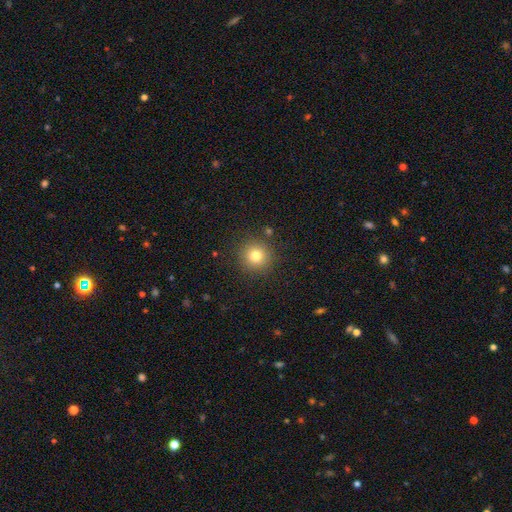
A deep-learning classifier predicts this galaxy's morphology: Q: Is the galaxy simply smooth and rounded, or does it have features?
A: smooth — 79%.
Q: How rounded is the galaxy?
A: round — 94%.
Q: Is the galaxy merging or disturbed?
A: none — 89%.